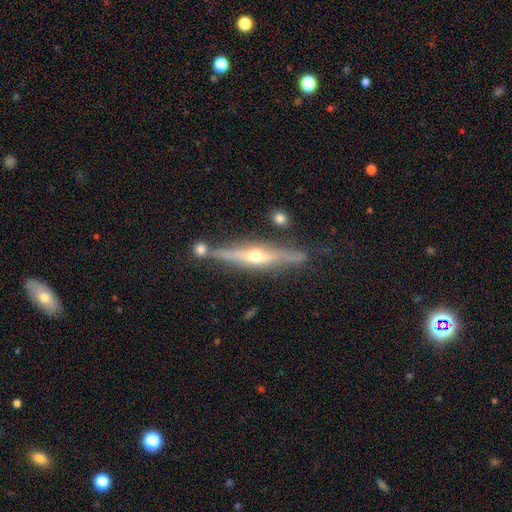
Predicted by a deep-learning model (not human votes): This is likely a featured or disk galaxy (78%). It is clearly viewed edge-on (95%). Edge-on bulge: clearly rounded (91%). Merging: likely none (76%).